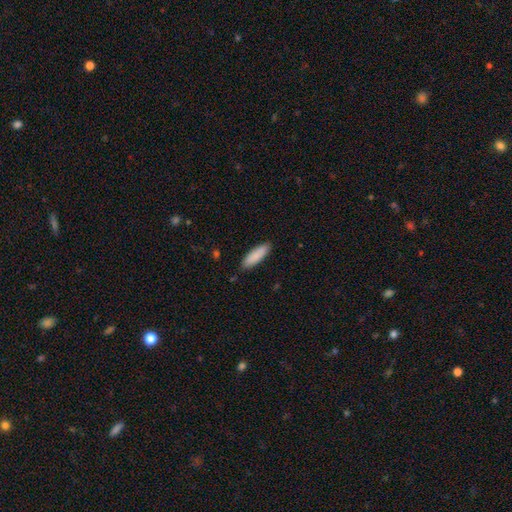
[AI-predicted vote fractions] smooth 87%, featured or disk 7%, star or artifact 6%. Down the decision tree: how rounded — cigar-shaped (52%); merging — none (86%).